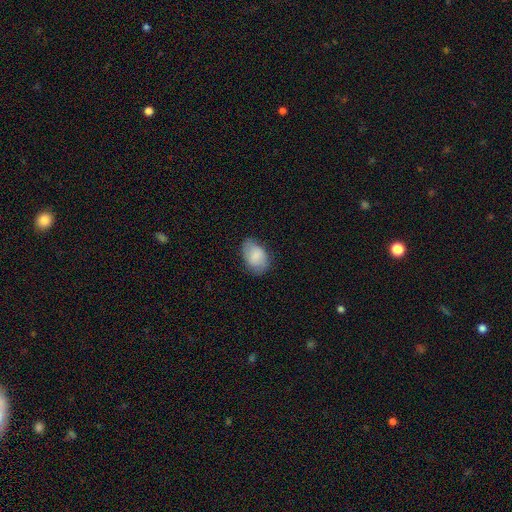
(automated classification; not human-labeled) Smooth or featured? Predicted: smooth (p=0.78). How rounded? Predicted: in between (p=0.88). Merging? Predicted: none (p=0.69).